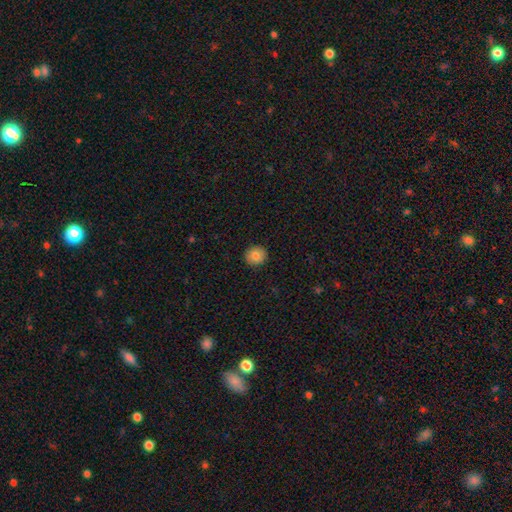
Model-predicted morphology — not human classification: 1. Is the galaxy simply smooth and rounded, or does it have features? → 82% smooth, 9% featured or disk, 9% star or artifact.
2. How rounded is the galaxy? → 90% round, 9% in between, 1% cigar-shaped.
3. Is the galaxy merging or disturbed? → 92% none, 6% minor disturbance, 2% major disturbance, 1% merger.